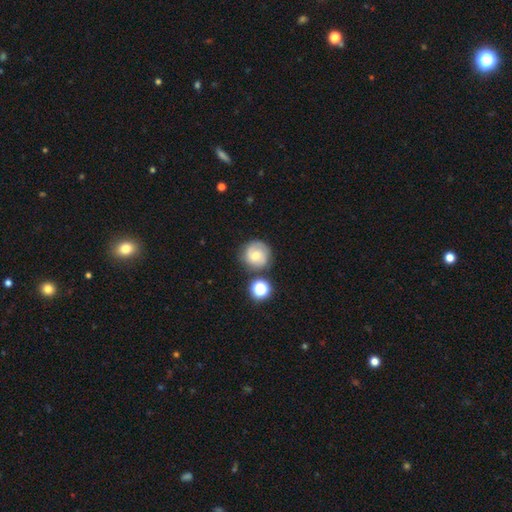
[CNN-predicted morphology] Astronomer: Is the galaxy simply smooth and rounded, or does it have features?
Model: smooth — 47% (runner-up: featured or disk, 43%).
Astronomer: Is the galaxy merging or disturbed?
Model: none — 71%.